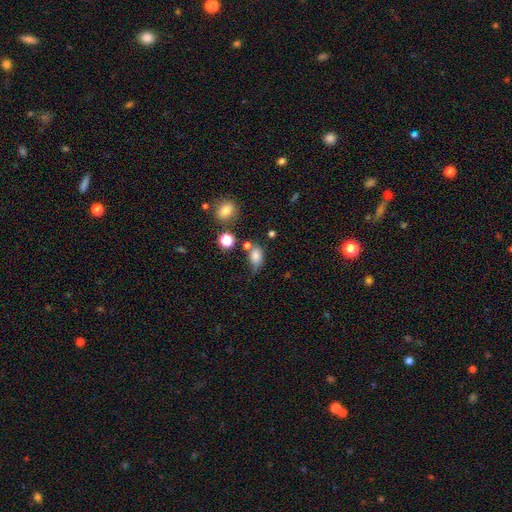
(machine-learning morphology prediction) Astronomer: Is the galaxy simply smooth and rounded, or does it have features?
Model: smooth — 79%.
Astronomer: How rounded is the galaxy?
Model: in between — 77%.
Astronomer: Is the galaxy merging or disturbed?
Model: none — 46% (runner-up: minor disturbance, 29%).